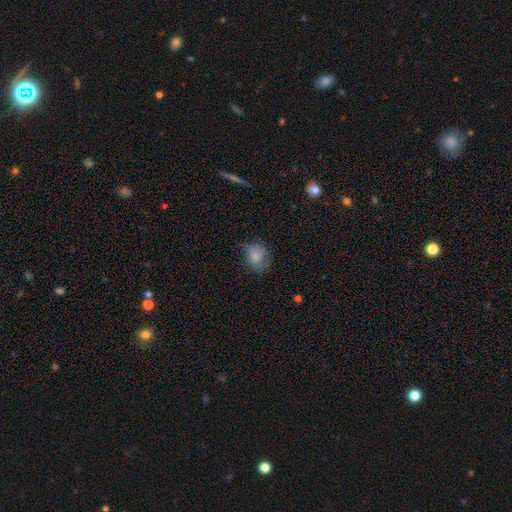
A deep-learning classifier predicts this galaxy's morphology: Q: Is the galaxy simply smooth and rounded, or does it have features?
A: smooth — 72%.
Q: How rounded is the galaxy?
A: round — 52%.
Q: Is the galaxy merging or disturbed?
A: none — 54%.